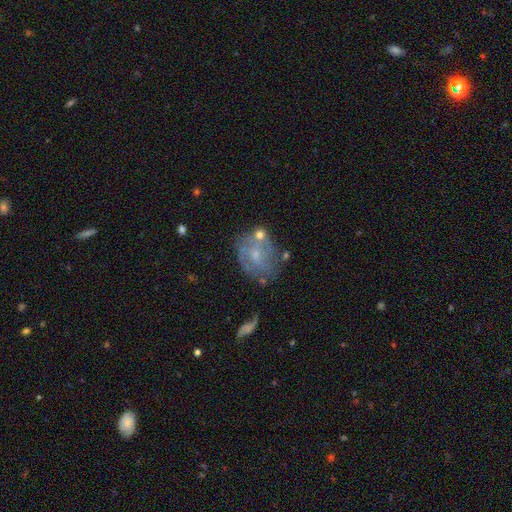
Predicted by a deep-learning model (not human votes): A featured or disk galaxy (65%) with no bar (64%), spiral arms (69%) and a small central bulge (58%).

Vote fractions:
- Smooth or featured? featured or disk: 65% / smooth: 27% / star or artifact: 8%
- Edge-on disk? no: 97% / yes: 3%
- Bar? no: 64% / weak: 31% / strong: 5%
- Spiral arms? yes: 69% / no: 31%
- Bulge size? small: 58% / moderate: 29% / none: 11% / large: 2% / dominant: 1%
- Merging? none: 55% / minor disturbance: 22% / major disturbance: 12% / merger: 11%